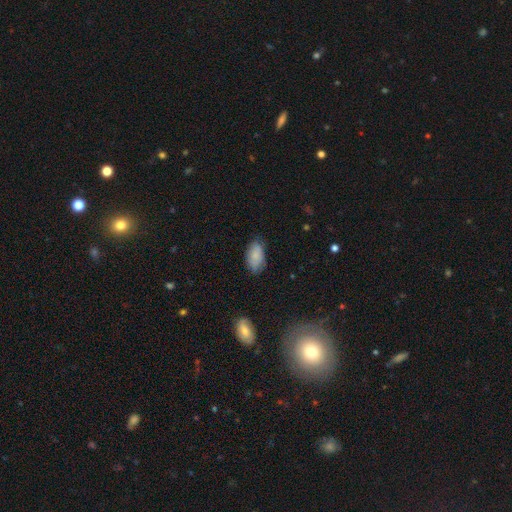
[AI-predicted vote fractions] This appears to be a smooth galaxy with no disk features (82%) that is in between round and cigar-shaped (94%). Merging: none (72%).